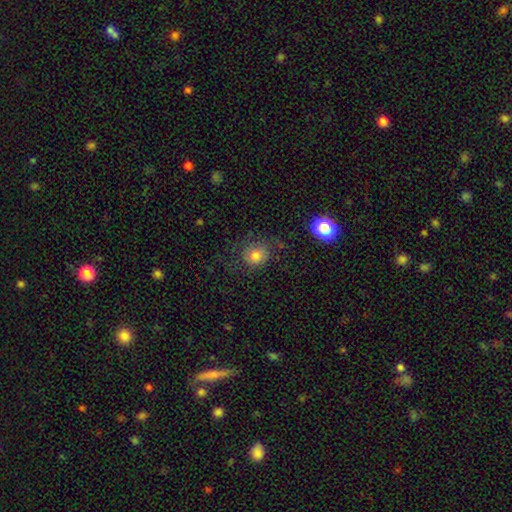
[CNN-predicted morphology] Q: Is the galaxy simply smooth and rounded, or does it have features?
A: smooth — 70%.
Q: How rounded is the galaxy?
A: round — 73%.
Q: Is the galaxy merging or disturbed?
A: none — 61%.